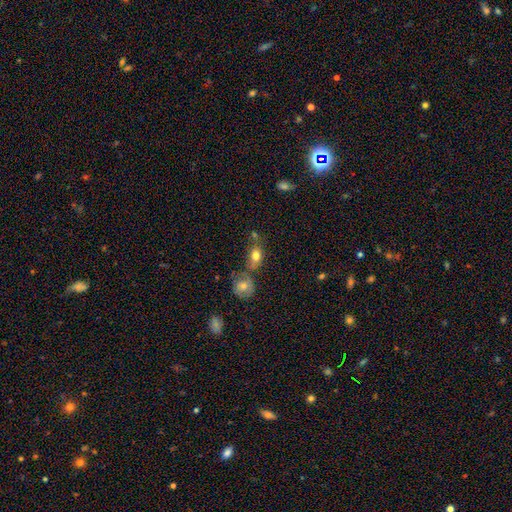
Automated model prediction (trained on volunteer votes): Smooth or featured? Predicted: smooth (p=0.74). How rounded? Predicted: in between (p=0.76). Merging? Predicted: none (p=0.50).